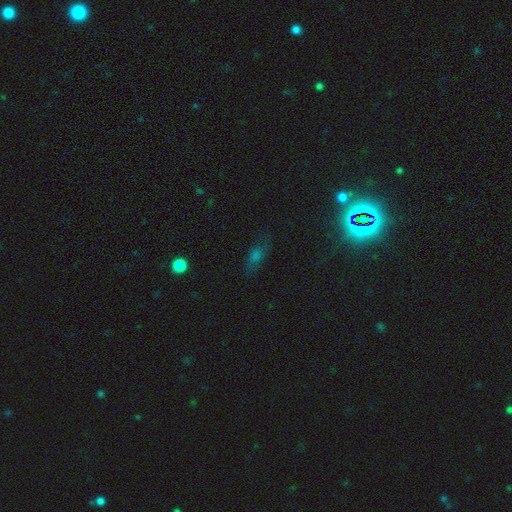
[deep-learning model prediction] Smooth or featured?
  - smooth: 43% *
  - star or artifact: 33%
  - featured or disk: 24%
Merging?
  - none: 71% *
  - minor disturbance: 18%
  - major disturbance: 9%
  - merger: 2%